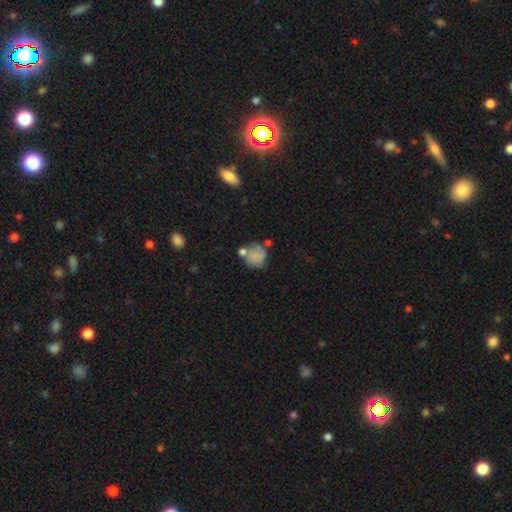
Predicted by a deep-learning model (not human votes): smooth-or-featured: smooth: 72% | featured or disk: 17% | star or artifact: 10%
  how-rounded: round: 78% | in between: 21% | cigar-shaped: 1%
  merging: none: 46% | minor disturbance: 23% | merger: 19% | major disturbance: 13%